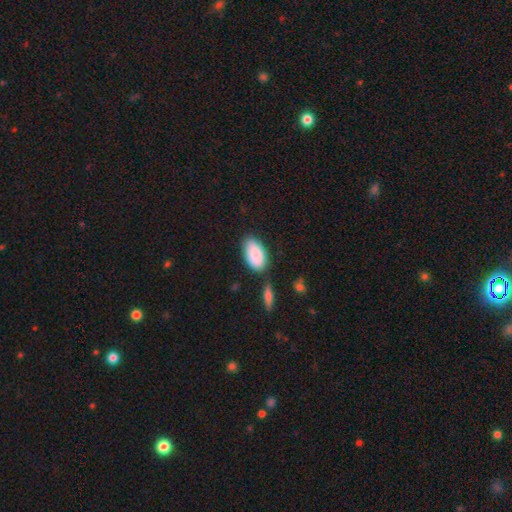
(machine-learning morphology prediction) A smooth galaxy with no disk features (87%) that is in between round and cigar-shaped (94%).

Vote fractions:
- Smooth or featured? smooth: 87% / featured or disk: 6% / star or artifact: 6%
- How rounded? in between: 94% / round: 3% / cigar-shaped: 3%
- Merging? none: 69% / minor disturbance: 17% / merger: 9% / major disturbance: 4%